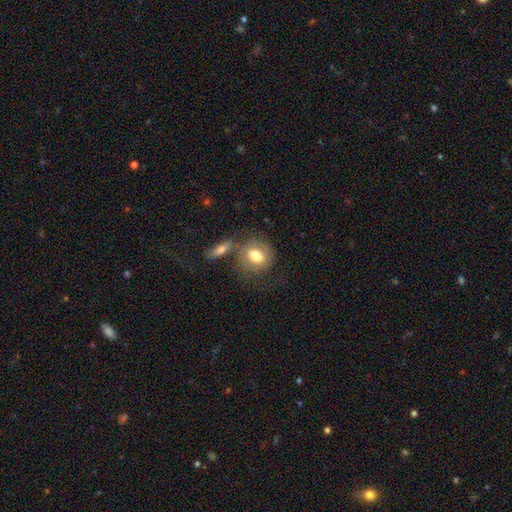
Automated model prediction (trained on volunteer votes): A smooth galaxy with no disk features (69%) that is round (60%).

Vote fractions:
- Smooth or featured? smooth: 69% / featured or disk: 23% / star or artifact: 7%
- How rounded? round: 60% / in between: 38% / cigar-shaped: 2%
- Merging? none: 46% / merger: 28% / minor disturbance: 16% / major disturbance: 10%